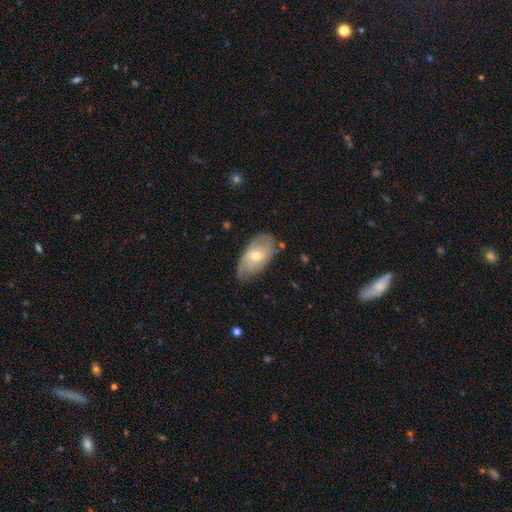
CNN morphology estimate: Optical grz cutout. It shows a featured or disk galaxy (58%) with no bar (61%), spiral arms (76%) and a moderate central bulge (51%). Merging: none (68%).